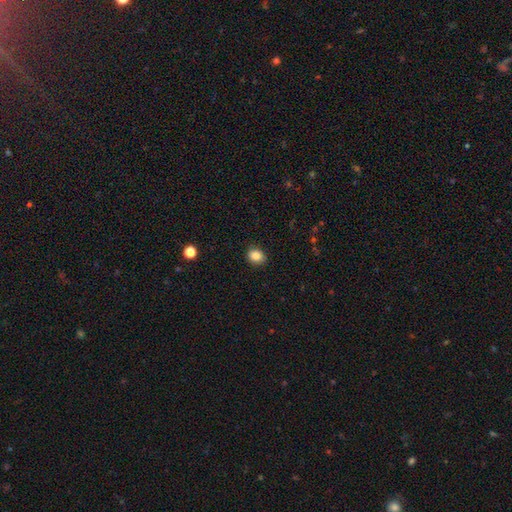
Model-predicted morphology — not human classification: Smooth or featured? smooth (85%)
How rounded? round (53%)
Merging? none (89%)